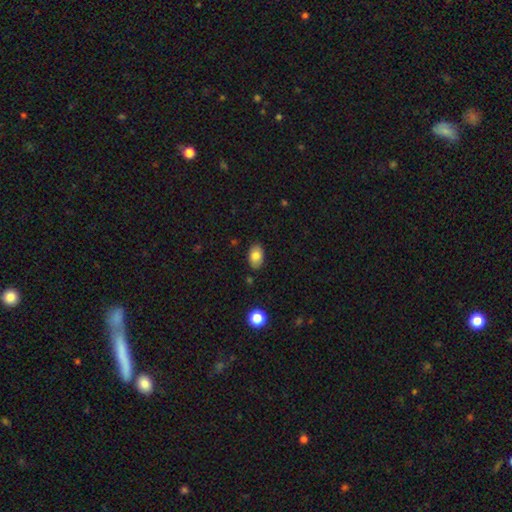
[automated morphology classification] A smooth galaxy with no disk features (81%) that is in between round and cigar-shaped (89%). Merging: none (85%).